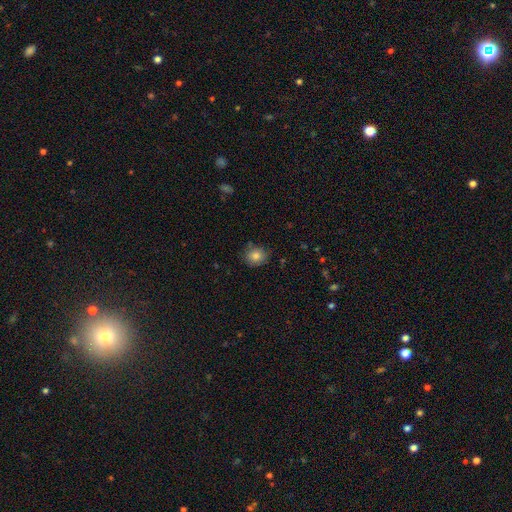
Morphology: type=smooth (82%); roundness=round (58%); merging=none (72%).